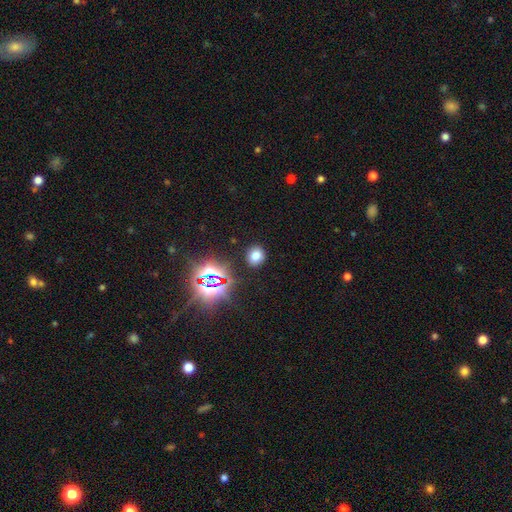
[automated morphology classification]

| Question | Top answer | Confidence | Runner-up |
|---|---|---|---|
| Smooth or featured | smooth | 70% | star or artifact (22%) |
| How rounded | round | 76% | in between (23%) |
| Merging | none | 88% | minor disturbance (7%) |